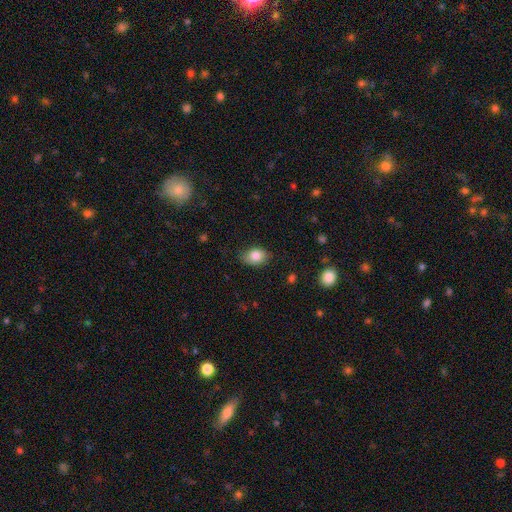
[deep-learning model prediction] Smooth or featured? smooth (83%)
How rounded? in between (77%)
Merging? none (79%)